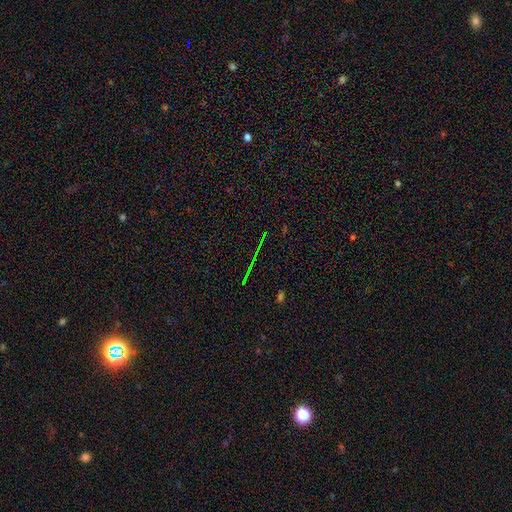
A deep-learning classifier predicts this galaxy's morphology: Smooth or featured?
  - star or artifact: 76% *
  - featured or disk: 13%
  - smooth: 11%